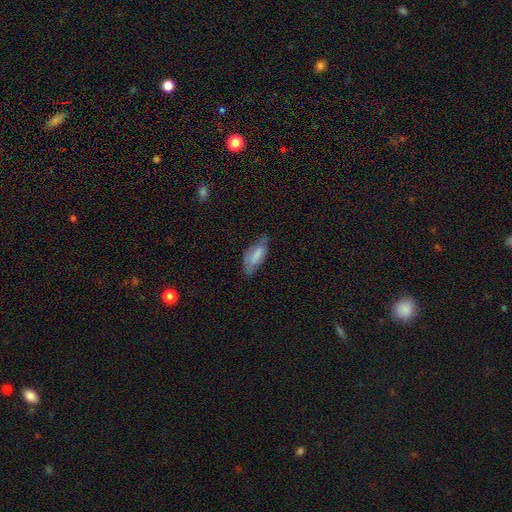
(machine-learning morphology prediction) Q: Smooth or featured?
A: smooth (70%); runner-up: featured or disk (22%)
Q: How rounded?
A: in between (77%); runner-up: cigar-shaped (21%)
Q: Merging?
A: none (49%); runner-up: minor disturbance (35%)